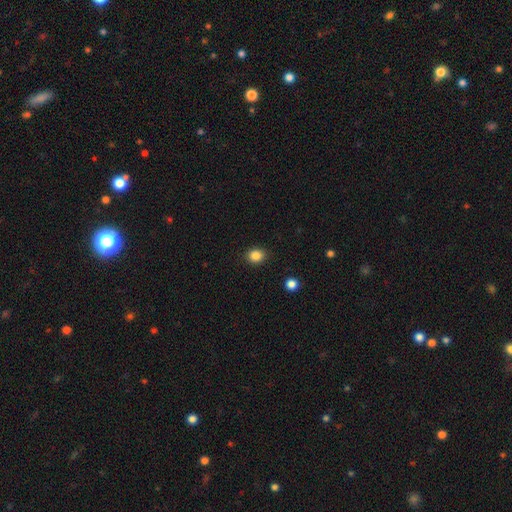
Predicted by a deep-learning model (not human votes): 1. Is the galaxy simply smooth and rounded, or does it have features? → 85% smooth, 11% star or artifact, 4% featured or disk.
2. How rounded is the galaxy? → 60% round, 39% in between, 1% cigar-shaped.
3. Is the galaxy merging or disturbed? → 89% none, 7% minor disturbance, 2% major disturbance, 1% merger.